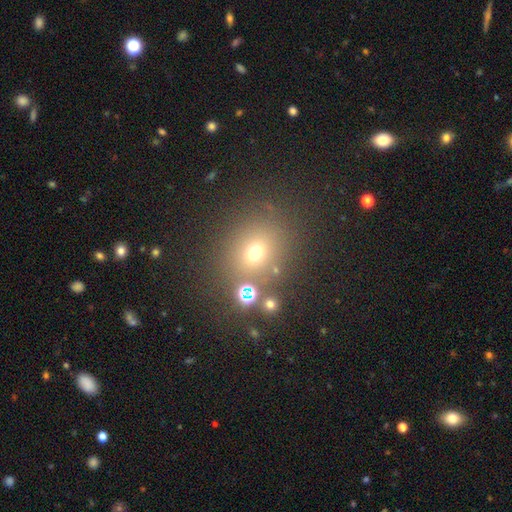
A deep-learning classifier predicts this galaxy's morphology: Smooth or featured? Predicted: smooth (p=0.54). How rounded? Predicted: round (p=0.67). Merging? Predicted: none (p=0.75).